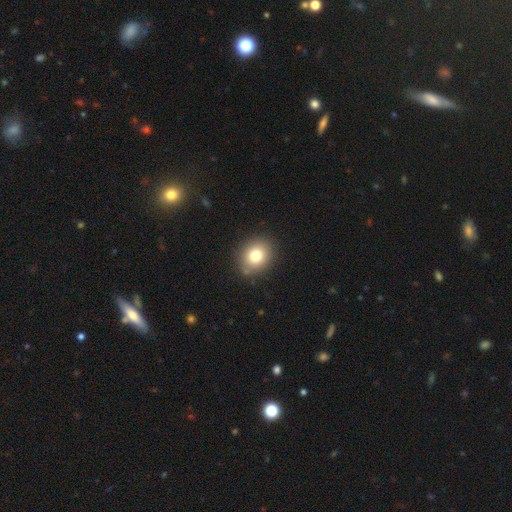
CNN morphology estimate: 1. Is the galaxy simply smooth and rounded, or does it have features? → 79% smooth, 11% star or artifact, 10% featured or disk.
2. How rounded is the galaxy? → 65% round, 34% in between, 1% cigar-shaped.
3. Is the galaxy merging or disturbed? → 87% none, 8% minor disturbance, 3% major disturbance, 2% merger.